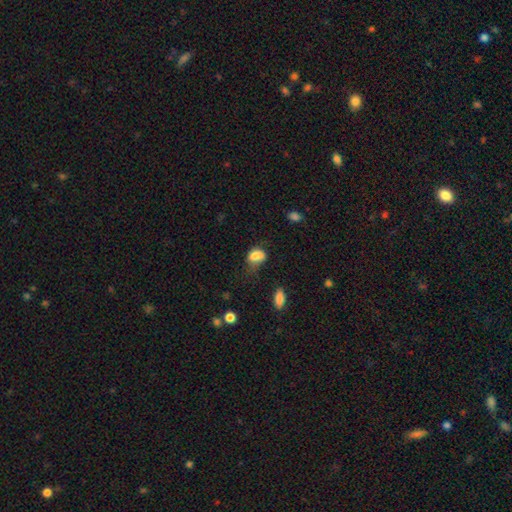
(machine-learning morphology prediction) Smooth or featured? smooth (78%)
How rounded? in between (73%)
Merging? minor disturbance (35%)